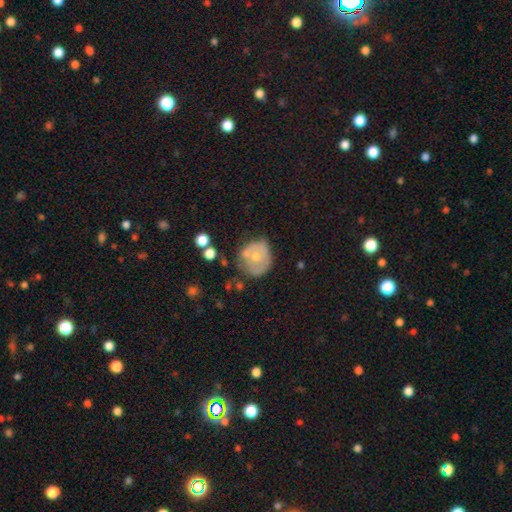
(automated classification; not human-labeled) smooth_or_featured: smooth (p=0.50) [alt: featured or disk p=0.43]
merging: none (p=0.49) [alt: minor disturbance p=0.29]